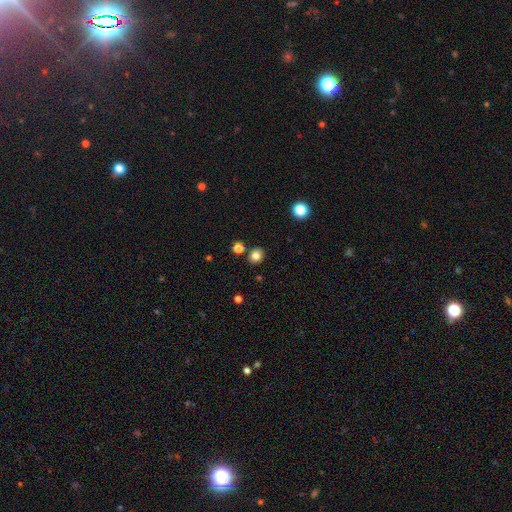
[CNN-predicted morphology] type=smooth (81%); roundness=round (72%); merging=none (85%).